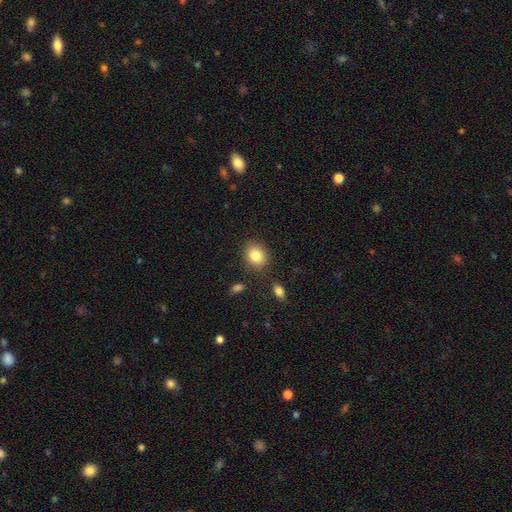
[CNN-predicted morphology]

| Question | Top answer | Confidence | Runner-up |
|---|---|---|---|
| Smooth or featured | smooth | 84% | star or artifact (9%) |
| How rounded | round | 53% | in between (46%) |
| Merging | none | 82% | minor disturbance (11%) |